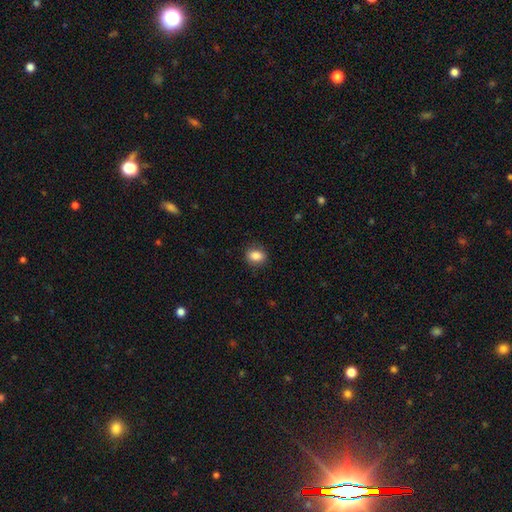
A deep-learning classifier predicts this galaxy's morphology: Smooth or featured?
  - smooth: 86% *
  - star or artifact: 8%
  - featured or disk: 6%
How rounded?
  - in between: 62% *
  - round: 37%
  - cigar-shaped: 1%
Merging?
  - none: 86% *
  - minor disturbance: 11%
  - major disturbance: 3%
  - merger: 1%